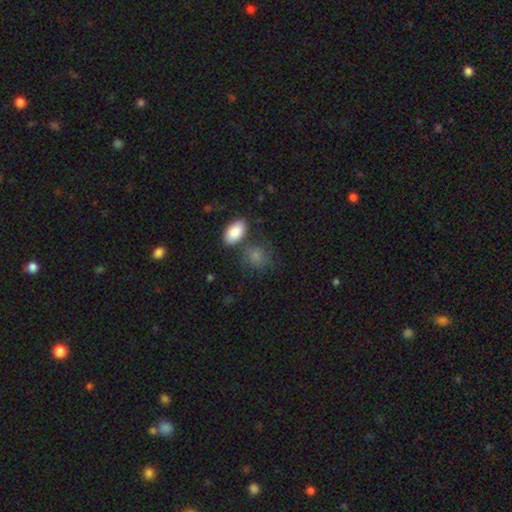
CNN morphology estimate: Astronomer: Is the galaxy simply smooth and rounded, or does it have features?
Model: smooth — 81%.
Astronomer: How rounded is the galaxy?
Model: in between — 54% (runner-up: round, 44%).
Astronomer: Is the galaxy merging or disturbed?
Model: none — 56%.